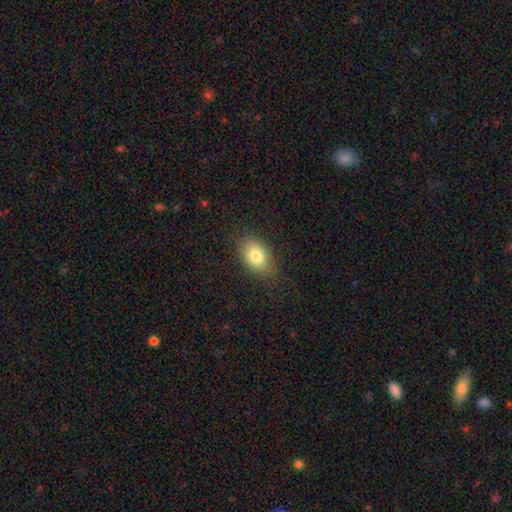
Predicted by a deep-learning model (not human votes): Smooth or featured?
  - smooth: 79% *
  - featured or disk: 12%
  - star or artifact: 9%
How rounded?
  - in between: 83% *
  - round: 15%
  - cigar-shaped: 1%
Merging?
  - none: 83% *
  - minor disturbance: 12%
  - major disturbance: 3%
  - merger: 1%